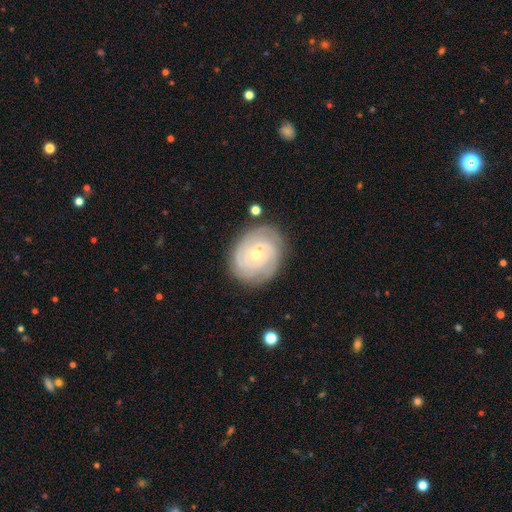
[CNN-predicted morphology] Smooth or featured?
  - featured or disk: 79% *
  - smooth: 14%
  - star or artifact: 7%
Edge-on disk?
  - no: 97% *
  - yes: 3%
Bar?
  - no: 73% *
  - weak: 23%
  - strong: 5%
Spiral arms?
  - yes: 93% *
  - no: 7%
Spiral winding?
  - tight: 78% *
  - medium: 18%
  - loose: 4%
Spiral arm count?
  - can't tell: 33% *
  - 3: 24%
  - 2: 19%
  - 4: 14%
  - more than 4: 5%
  - 1: 5%
Bulge size?
  - small: 63% *
  - moderate: 34%
  - large: 1%
  - none: 1%
  - dominant: 1%
Merging?
  - none: 68% *
  - minor disturbance: 15%
  - merger: 12%
  - major disturbance: 5%